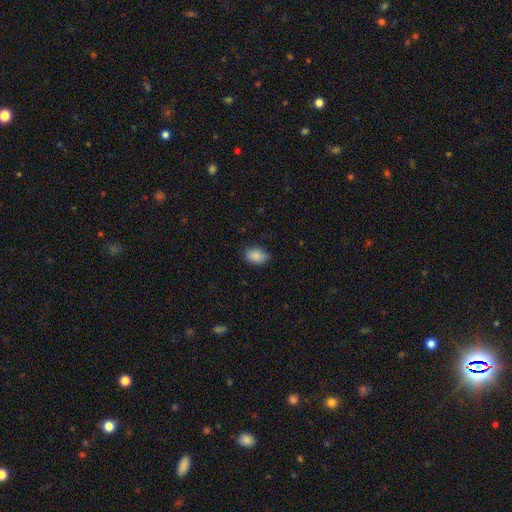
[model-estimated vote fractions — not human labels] This is clearly a smooth galaxy (87%). How rounded: likely in between (78%). Merging: likely none (75%).